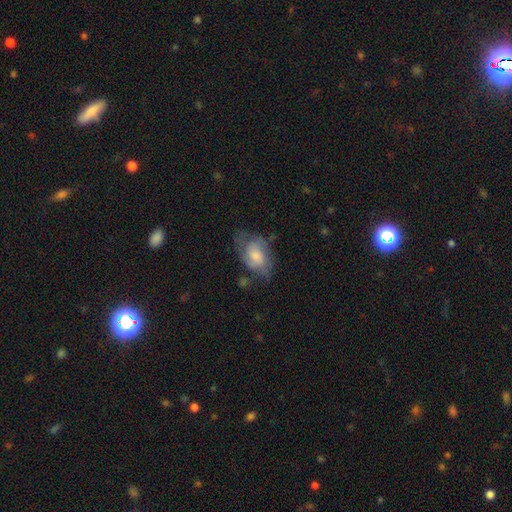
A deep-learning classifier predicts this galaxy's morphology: A smooth galaxy with no disk features (51%) that is in between round and cigar-shaped (83%).

Vote fractions:
- Smooth or featured? smooth: 51% / featured or disk: 41% / star or artifact: 7%
- How rounded? in between: 83% / round: 15% / cigar-shaped: 2%
- Merging? none: 44% / minor disturbance: 32% / major disturbance: 21% / merger: 3%